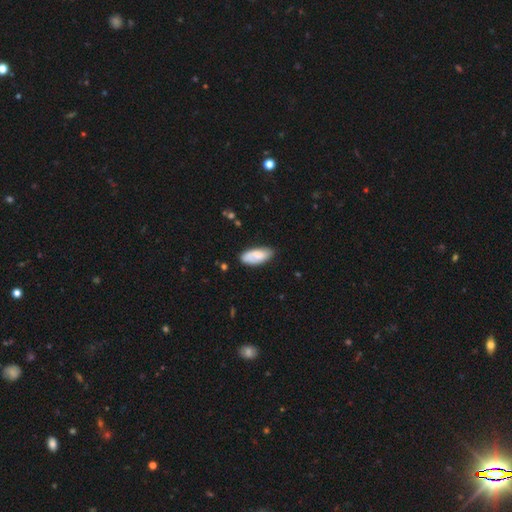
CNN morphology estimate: Overall: smooth (69%). How rounded: in between (88%). Merging: none (75%).